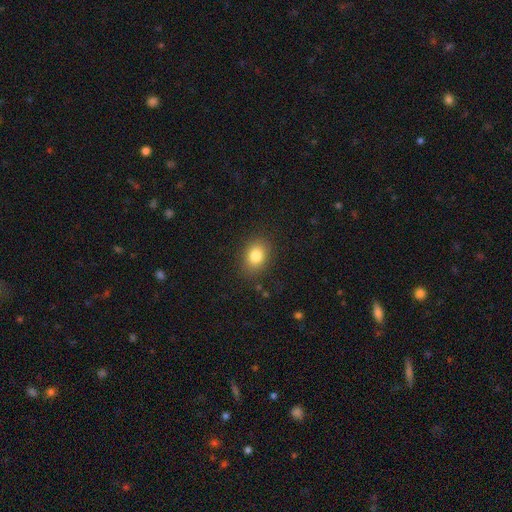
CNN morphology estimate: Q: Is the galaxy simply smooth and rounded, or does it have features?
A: smooth — 82%.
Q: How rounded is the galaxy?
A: in between — 61%.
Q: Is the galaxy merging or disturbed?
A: none — 86%.